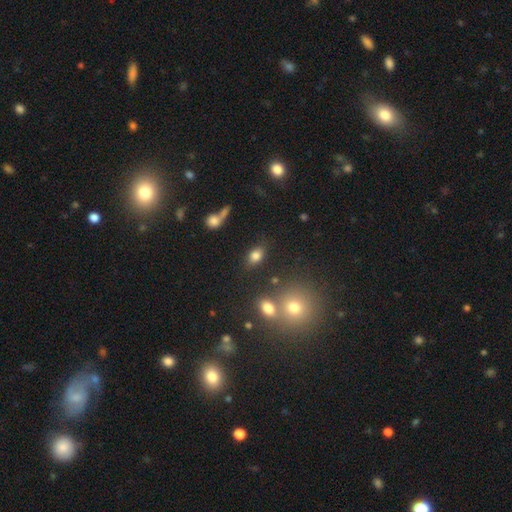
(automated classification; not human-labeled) Q: Smooth or featured?
A: smooth (80%); runner-up: star or artifact (11%)
Q: How rounded?
A: in between (81%); runner-up: round (16%)
Q: Merging?
A: none (76%); runner-up: minor disturbance (12%)